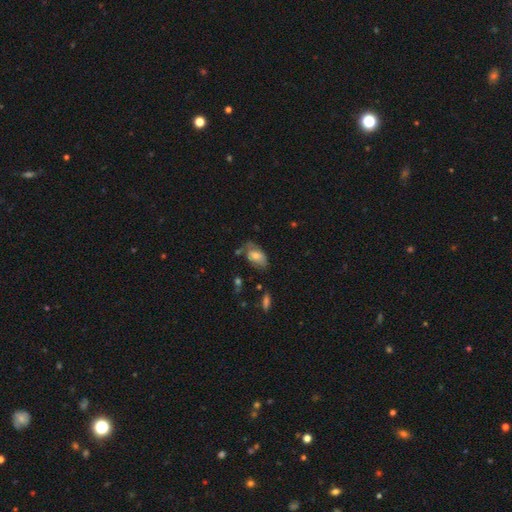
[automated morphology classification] smooth-or-featured: smooth: 64% | featured or disk: 28% | star or artifact: 8%
  how-rounded: in between: 90% | round: 8% | cigar-shaped: 2%
  merging: none: 44% | minor disturbance: 31% | major disturbance: 18% | merger: 7%